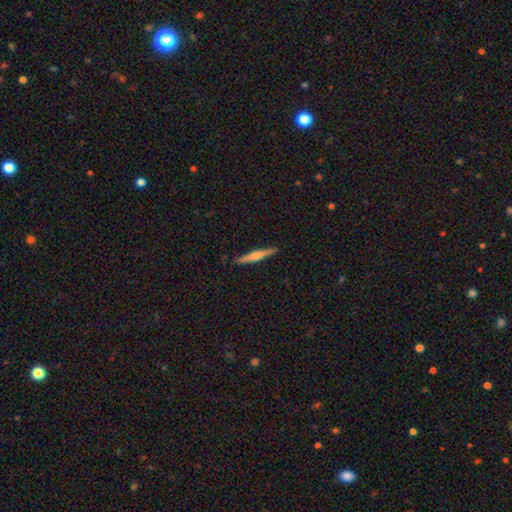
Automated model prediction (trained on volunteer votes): A featured or disk galaxy (56%) viewed edge-on (97%) with a rounded central bulge (76%).

Vote fractions:
- Smooth or featured? featured or disk: 56% / smooth: 38% / star or artifact: 6%
- Edge-on disk? yes: 97% / no: 3%
- Edge-on bulge? rounded: 76% / none: 12% / boxy: 12%
- Merging? none: 90% / minor disturbance: 7% / major disturbance: 1% / merger: 1%